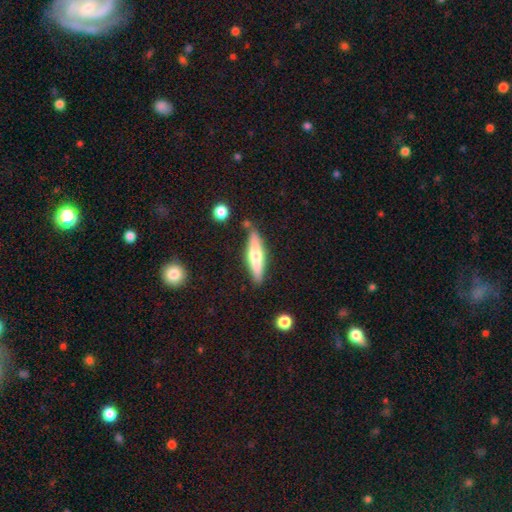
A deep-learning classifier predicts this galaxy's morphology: Q: Smooth or featured?
A: smooth (50%); runner-up: featured or disk (44%)
Q: How rounded?
A: cigar-shaped (75%); runner-up: in between (23%)
Q: Merging?
A: none (78%); runner-up: minor disturbance (14%)